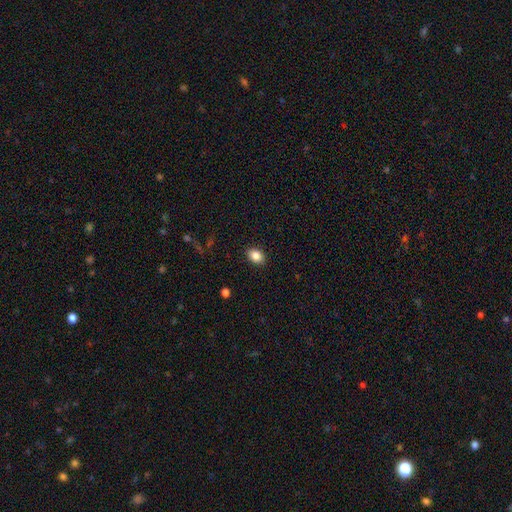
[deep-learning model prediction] A smooth galaxy with no disk features (86%) that is in between round and cigar-shaped (72%). Merging: none (89%).